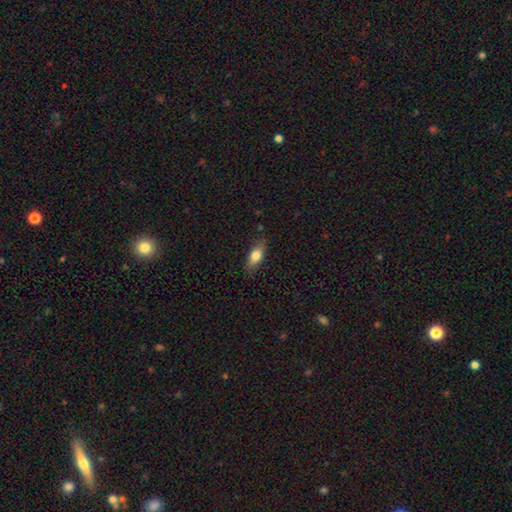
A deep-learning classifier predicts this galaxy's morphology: A smooth galaxy with no disk features (75%) that is in between round and cigar-shaped (76%).

Vote fractions:
- Smooth or featured? smooth: 75% / featured or disk: 18% / star or artifact: 7%
- How rounded? in between: 76% / cigar-shaped: 20% / round: 4%
- Merging? none: 79% / minor disturbance: 16% / major disturbance: 3% / merger: 1%